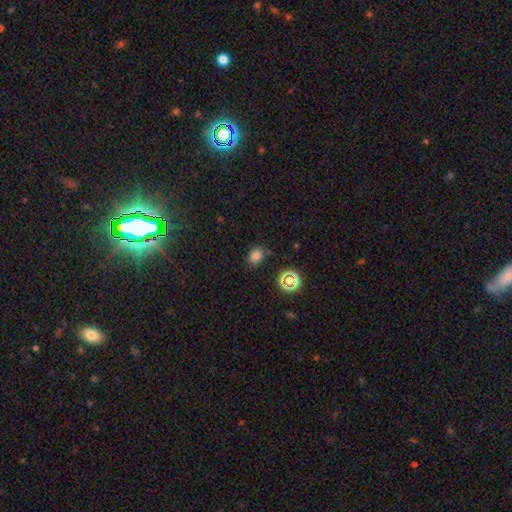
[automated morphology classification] Q: Smooth or featured?
A: smooth (77%); runner-up: star or artifact (18%)
Q: How rounded?
A: in between (69%); runner-up: round (30%)
Q: Merging?
A: none (80%); runner-up: minor disturbance (14%)